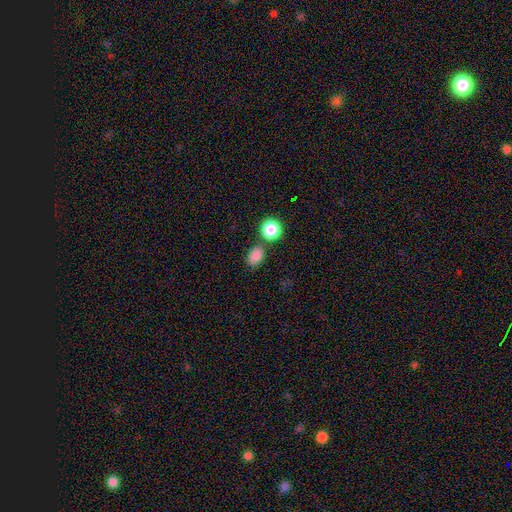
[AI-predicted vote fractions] Smooth or featured? Predicted: smooth (p=0.85). How rounded? Predicted: in between (p=0.70). Merging? Predicted: none (p=0.66).